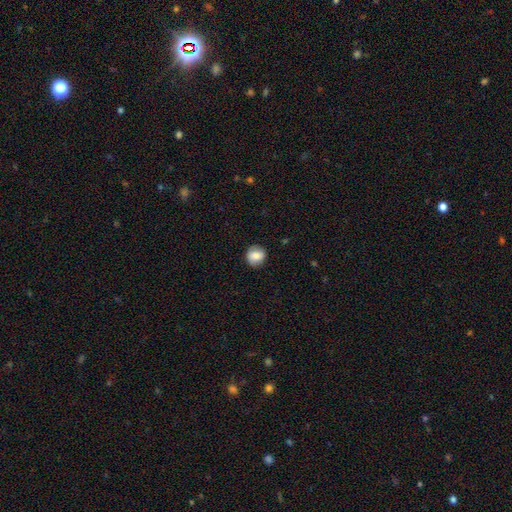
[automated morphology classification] Smooth or featured? smooth (76%)
How rounded? round (85%)
Merging? none (85%)